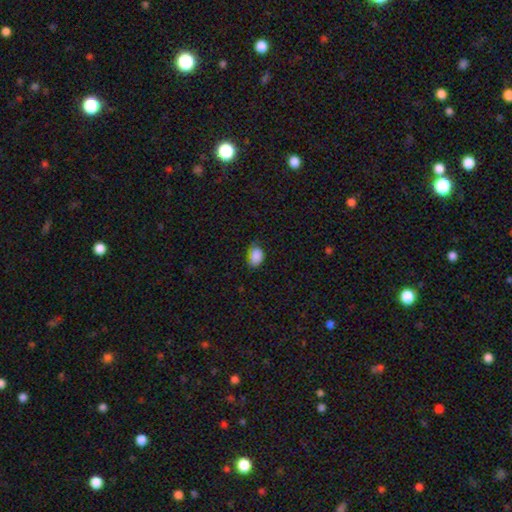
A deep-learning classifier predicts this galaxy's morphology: This appears to be a smooth galaxy with no disk features (86%) that is in between round and cigar-shaped (75%). Merging: none (63%).